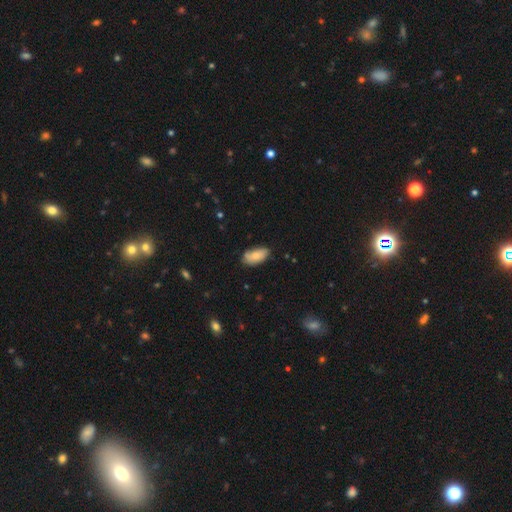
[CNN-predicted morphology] A smooth galaxy with no disk features (82%) that is in between round and cigar-shaped (91%).

Vote fractions:
- Smooth or featured? smooth: 82% / featured or disk: 11% / star or artifact: 7%
- How rounded? in between: 91% / cigar-shaped: 7% / round: 2%
- Merging? none: 71% / minor disturbance: 23% / major disturbance: 4% / merger: 3%